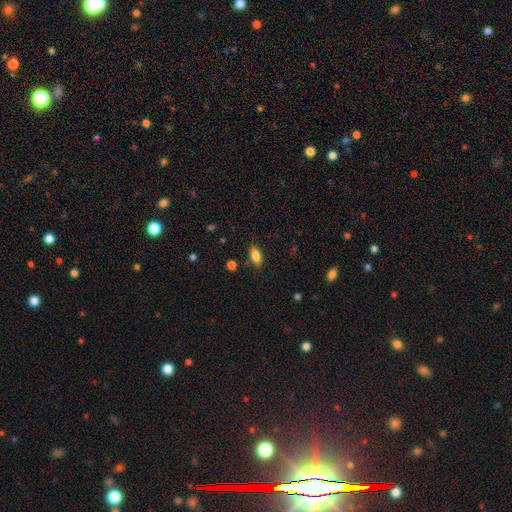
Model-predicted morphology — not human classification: A smooth galaxy with no disk features (84%) that is in between round and cigar-shaped (88%).

Vote fractions:
- Smooth or featured? smooth: 84% / star or artifact: 9% / featured or disk: 7%
- How rounded? in between: 88% / cigar-shaped: 8% / round: 4%
- Merging? none: 83% / minor disturbance: 12% / major disturbance: 3% / merger: 2%